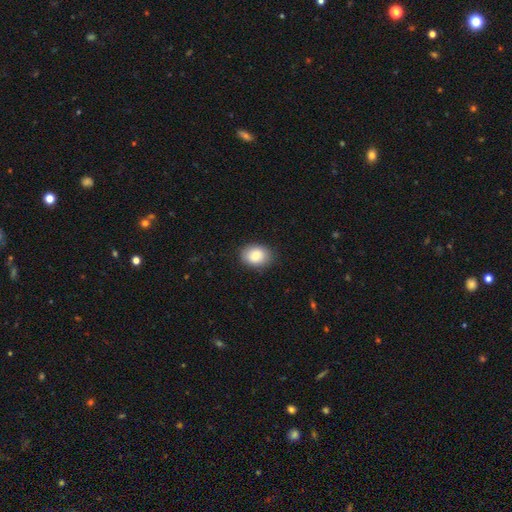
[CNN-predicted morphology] Smooth or featured?
  - smooth: 80% *
  - featured or disk: 12%
  - star or artifact: 8%
How rounded?
  - in between: 61% *
  - round: 38%
  - cigar-shaped: 1%
Merging?
  - none: 86% *
  - minor disturbance: 10%
  - major disturbance: 2%
  - merger: 1%